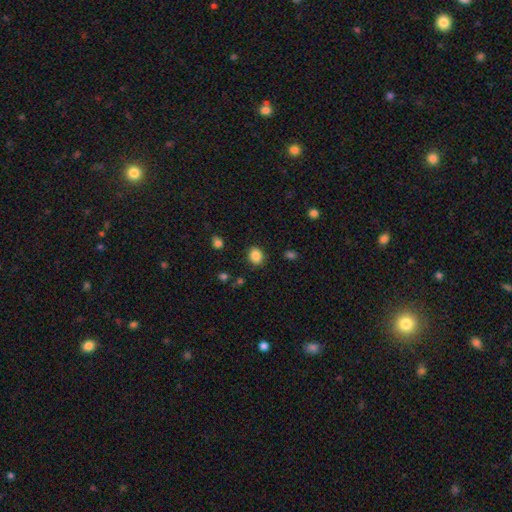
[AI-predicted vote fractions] smooth-or-featured: smooth: 86% | star or artifact: 10% | featured or disk: 4%
  how-rounded: round: 64% | in between: 35% | cigar-shaped: 1%
  merging: none: 86% | minor disturbance: 9% | major disturbance: 3% | merger: 2%